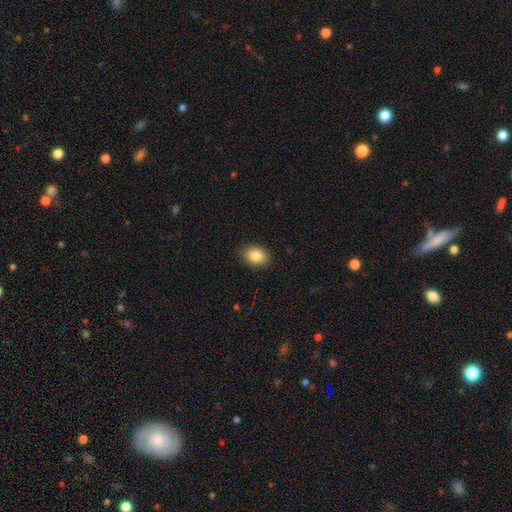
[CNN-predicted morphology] Q: Smooth or featured?
A: smooth (86%); runner-up: star or artifact (8%)
Q: How rounded?
A: in between (66%); runner-up: round (33%)
Q: Merging?
A: none (88%); runner-up: minor disturbance (9%)